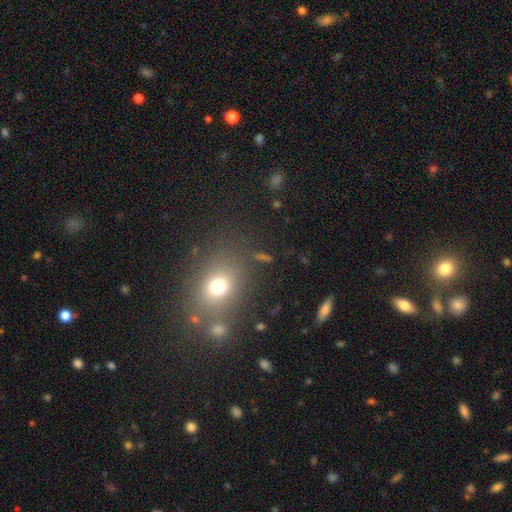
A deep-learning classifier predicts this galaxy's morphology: smooth 62%, star or artifact 26%, featured or disk 12%. Down the decision tree: how rounded — round (52%); merging — none (75%).